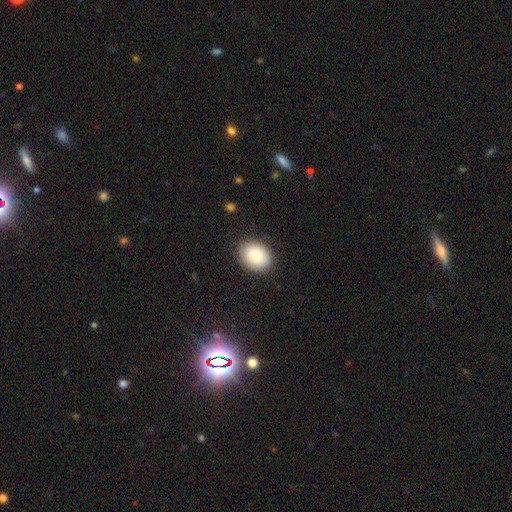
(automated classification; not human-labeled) Morphology: type=smooth (83%); roundness=in between (62%); merging=none (88%).